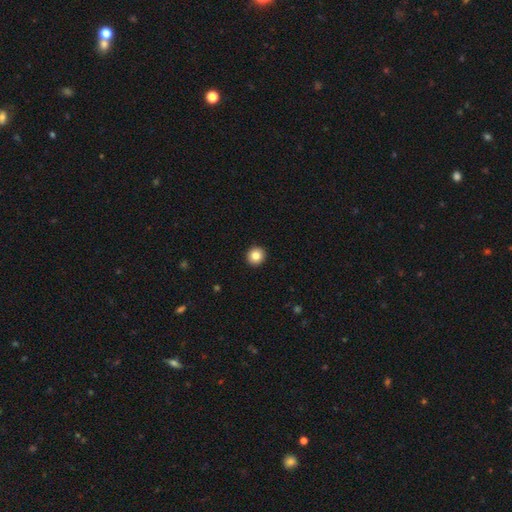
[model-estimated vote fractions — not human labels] This is clearly a smooth galaxy (84%). How rounded: clearly round (94%). Merging: clearly none (94%).